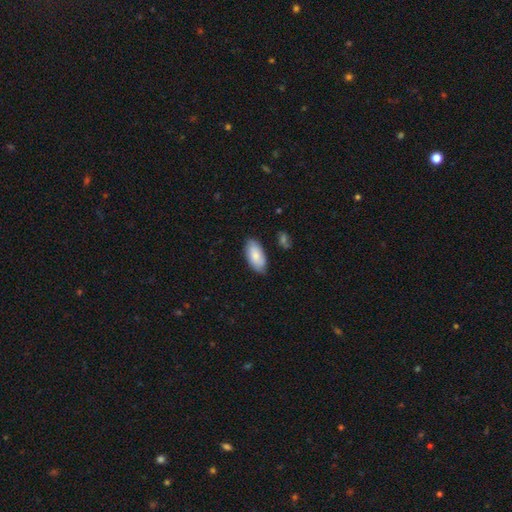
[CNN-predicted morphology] smooth_or_featured: smooth (p=0.81) [alt: featured or disk p=0.14]
how_rounded: in between (p=0.93) [alt: cigar-shaped p=0.05]
merging: none (p=0.80) [alt: minor disturbance p=0.15]